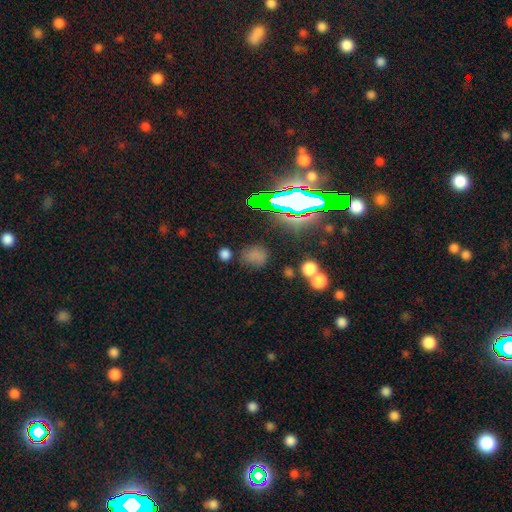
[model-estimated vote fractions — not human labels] Q: Smooth or featured?
A: smooth (67%); runner-up: star or artifact (26%)
Q: How rounded?
A: round (60%); runner-up: in between (38%)
Q: Merging?
A: none (72%); runner-up: minor disturbance (16%)